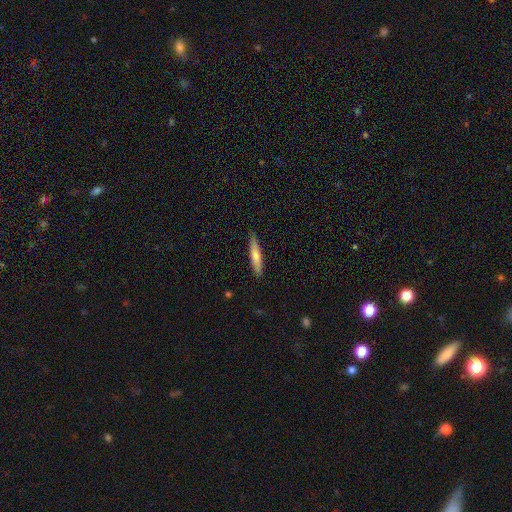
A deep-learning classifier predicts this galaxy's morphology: Overall: smooth (68%). How rounded: cigar-shaped (86%). Merging: none (85%).